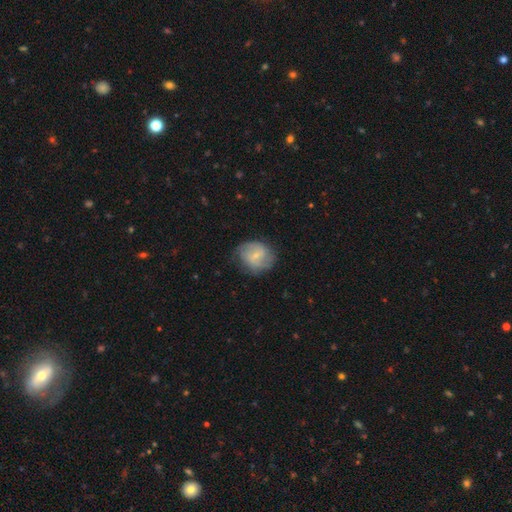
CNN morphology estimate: Smooth or featured?
  - featured or disk: 54% *
  - smooth: 40%
  - star or artifact: 7%
Edge-on disk?
  - no: 97% *
  - yes: 3%
Bar?
  - weak: 51% *
  - no: 35%
  - strong: 14%
Spiral arms?
  - yes: 81% *
  - no: 19%
Bulge size?
  - small: 69% *
  - moderate: 23%
  - none: 6%
  - large: 1%
  - dominant: 1%
Merging?
  - none: 68% *
  - minor disturbance: 22%
  - major disturbance: 8%
  - merger: 1%